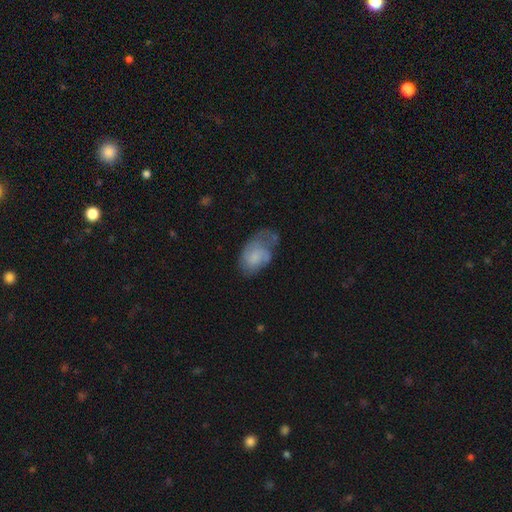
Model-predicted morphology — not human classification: Overall: smooth (53%; featured or disk 39%). How rounded: in between (89%). Merging: none (33%, tied with minor disturbance).